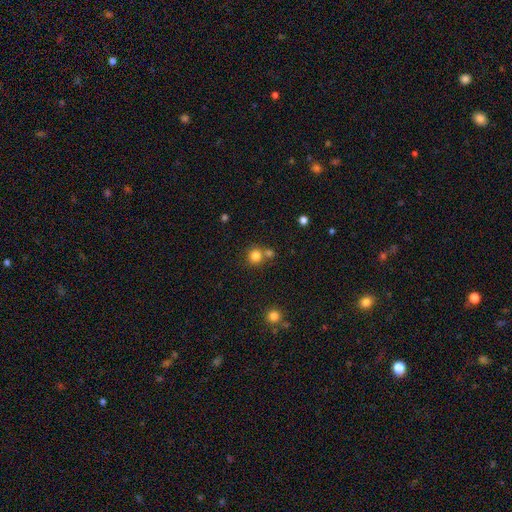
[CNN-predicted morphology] type=smooth (81%); roundness=round (91%); merging=none (65%).